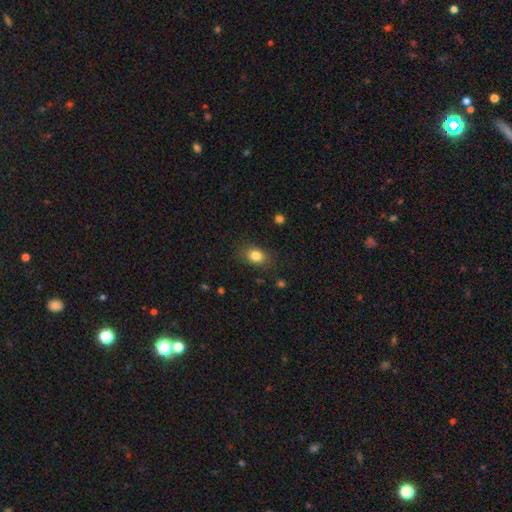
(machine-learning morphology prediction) Smooth or featured?
  - smooth: 83% *
  - star or artifact: 10%
  - featured or disk: 7%
How rounded?
  - in between: 66% *
  - round: 33%
  - cigar-shaped: 1%
Merging?
  - none: 83% *
  - minor disturbance: 12%
  - major disturbance: 4%
  - merger: 1%